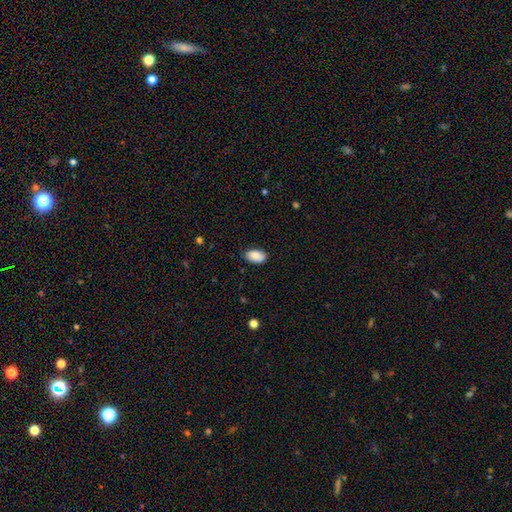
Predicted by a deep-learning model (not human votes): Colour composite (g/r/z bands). It shows a smooth galaxy with no disk features (82%) that is in between round and cigar-shaped (93%). Merging: none (79%).